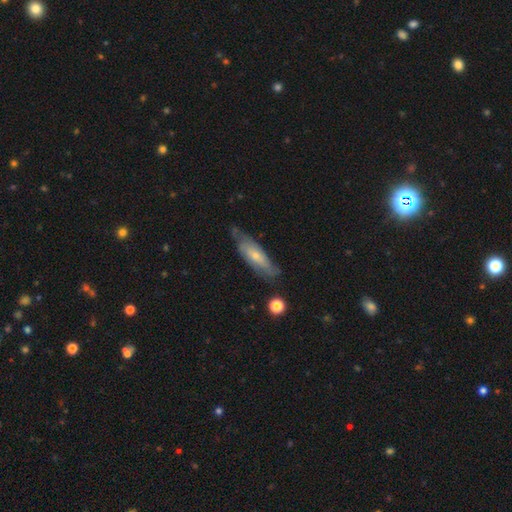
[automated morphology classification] featured or disk 50%, smooth 44%, star or artifact 6%. Down the decision tree: merging — none (63%).